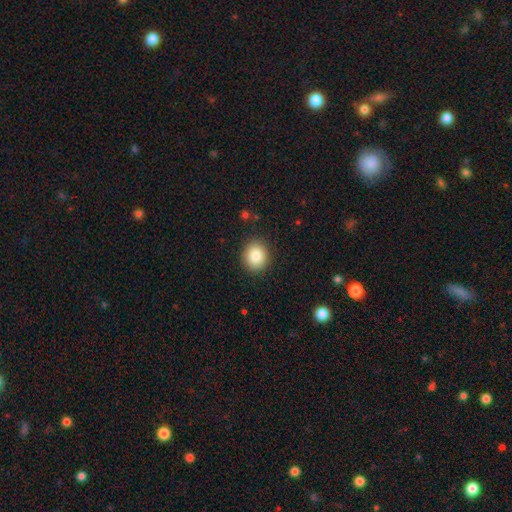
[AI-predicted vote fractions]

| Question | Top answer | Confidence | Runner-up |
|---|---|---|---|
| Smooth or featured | smooth | 86% | star or artifact (8%) |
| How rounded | round | 76% | in between (23%) |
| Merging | none | 90% | minor disturbance (7%) |